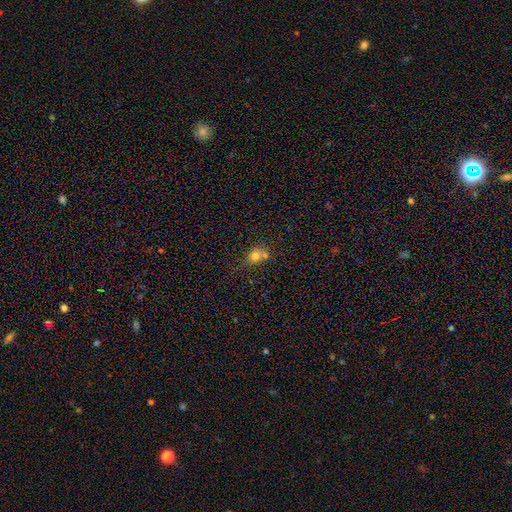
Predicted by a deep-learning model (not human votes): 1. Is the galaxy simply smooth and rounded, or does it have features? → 74% smooth, 14% star or artifact, 13% featured or disk.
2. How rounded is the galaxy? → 70% round, 28% in between, 1% cigar-shaped.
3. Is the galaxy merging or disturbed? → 43% merger, 41% none, 11% minor disturbance, 5% major disturbance.